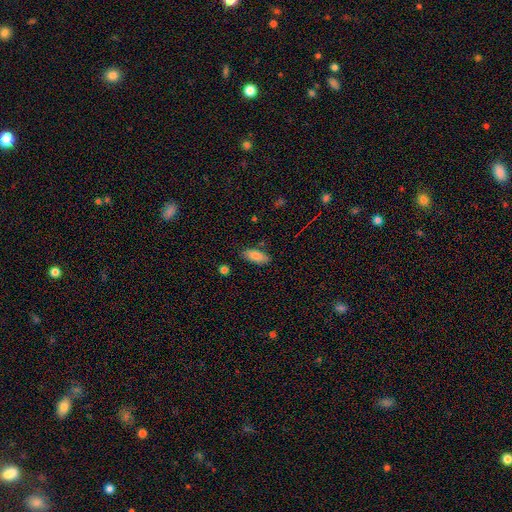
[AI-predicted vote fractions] Smooth or featured: smooth — 86% (star or artifact — 7%)
How rounded: in between — 81% (cigar-shaped — 17%)
Merging: none — 81% (minor disturbance — 14%)